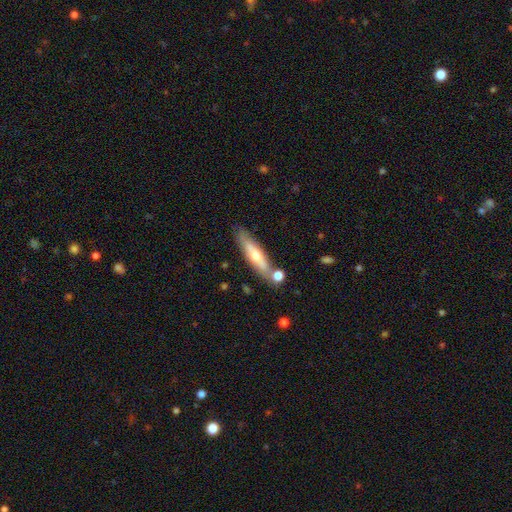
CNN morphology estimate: Overall: smooth (49%; featured or disk 45%). Merging: none (72%).